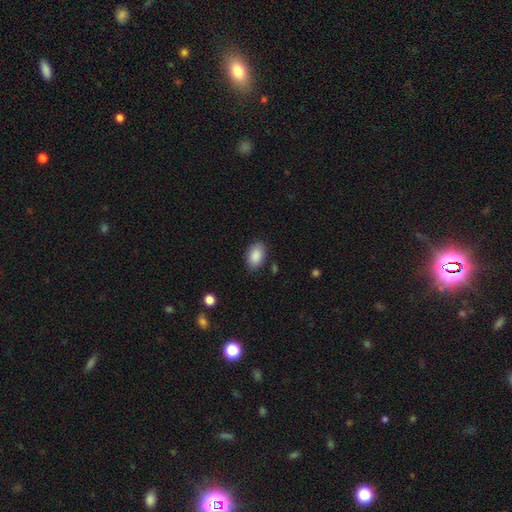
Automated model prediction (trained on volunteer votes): Overall: smooth (89%). How rounded: in between (92%). Merging: none (85%).